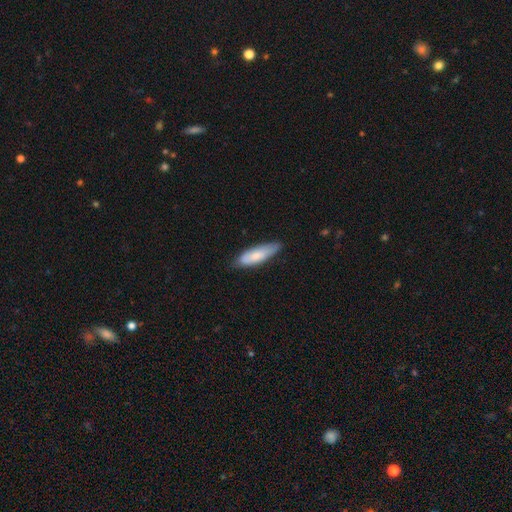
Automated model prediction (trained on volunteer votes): smooth-or-featured: smooth: 73% | featured or disk: 22% | star or artifact: 5%
  how-rounded: in between: 49% (tied) | cigar-shaped: 49% (tied) | round: 2%
  merging: none: 74% | minor disturbance: 22% | major disturbance: 3% | merger: 1%